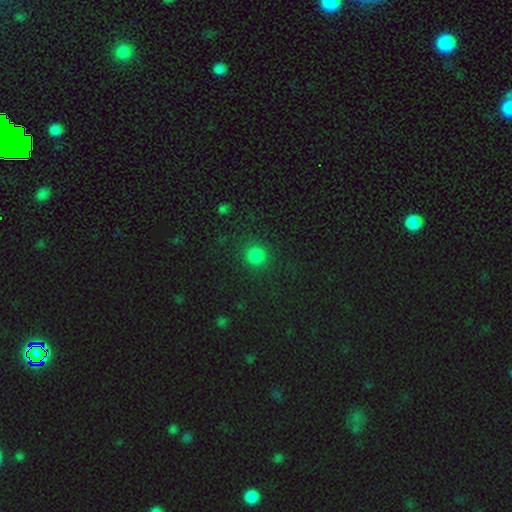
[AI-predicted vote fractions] smooth 81%, star or artifact 15%, featured or disk 4%. Down the decision tree: how rounded — round (91%); merging — none (89%).